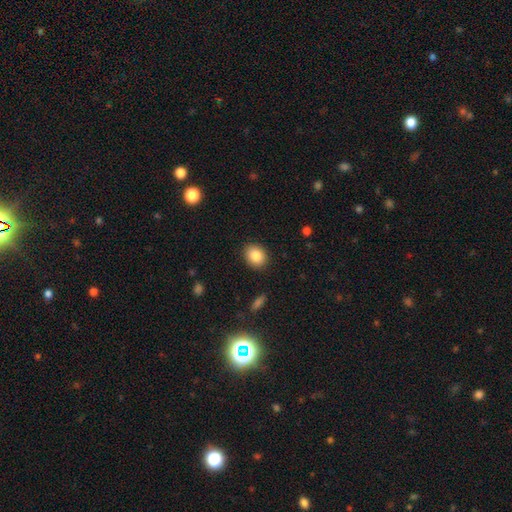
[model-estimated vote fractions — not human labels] smooth-or-featured: smooth: 85% | star or artifact: 9% | featured or disk: 6%
  how-rounded: round: 61% | in between: 38% | cigar-shaped: 1%
  merging: none: 89% | minor disturbance: 7% | major disturbance: 2% | merger: 1%